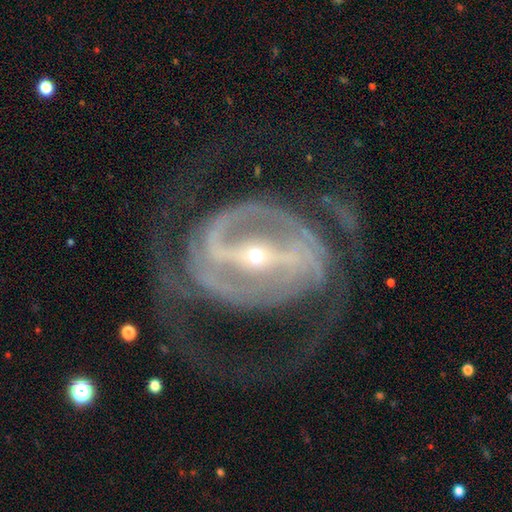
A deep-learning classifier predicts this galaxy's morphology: Smooth or featured? Predicted: featured or disk (p=0.92). Edge-on disk? Predicted: no (p=0.96). Bar? Predicted: strong (p=0.79). Spiral arms? Predicted: yes (p=0.91). Spiral winding? Predicted: medium (p=0.43). Spiral arm count? Predicted: 2 (p=0.63). Bulge size? Predicted: small (p=0.79). Merging? Predicted: none (p=0.53).